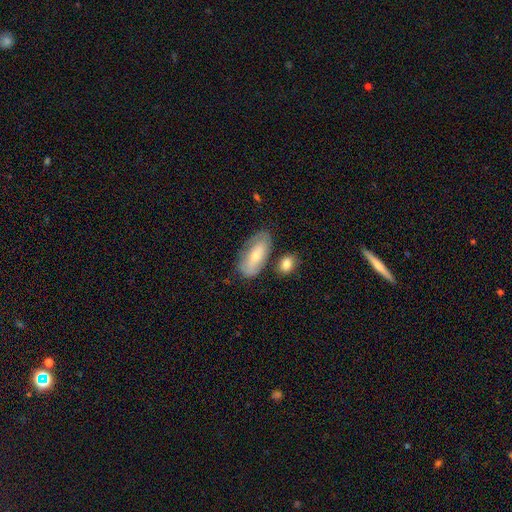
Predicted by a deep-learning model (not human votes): smooth 60%, featured or disk 34%, star or artifact 6%. Down the decision tree: how rounded — in between (82%); merging — none (64%).